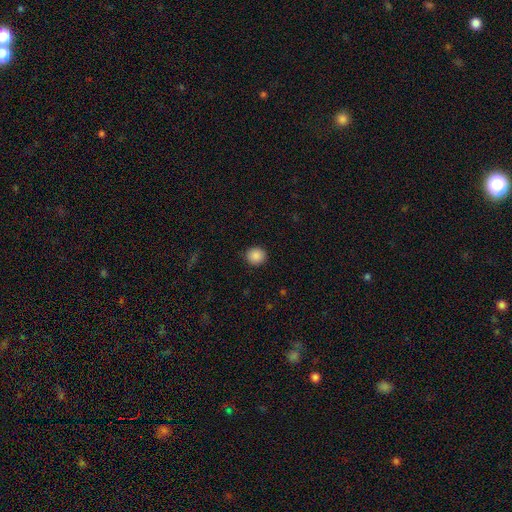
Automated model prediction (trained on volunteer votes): Smooth or featured? Predicted: smooth (p=0.88). How rounded? Predicted: round (p=0.91). Merging? Predicted: none (p=0.91).